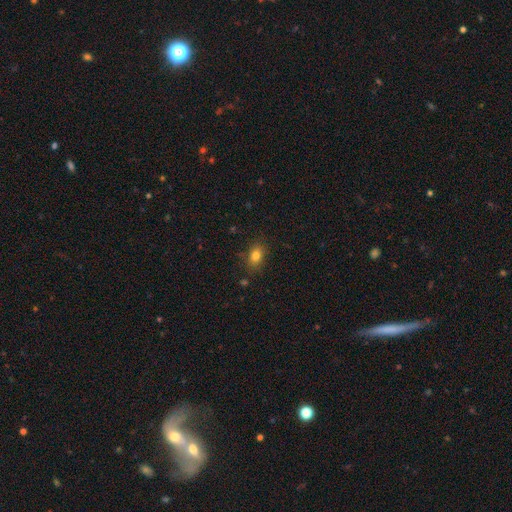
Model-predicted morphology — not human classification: A smooth galaxy with no disk features (81%) that is in between round and cigar-shaped (76%). Merging: none (83%).